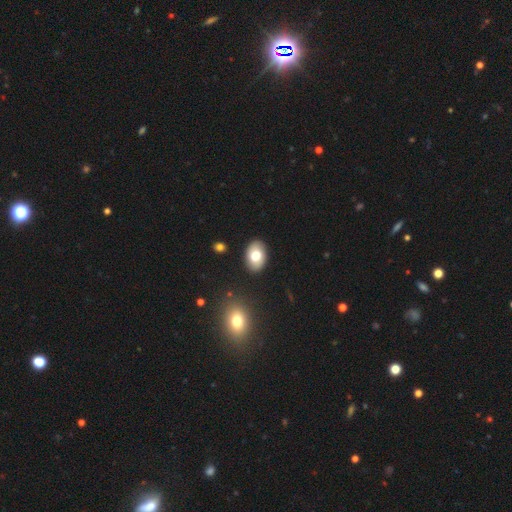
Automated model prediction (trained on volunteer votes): Q: Smooth or featured?
A: smooth (75%); runner-up: featured or disk (17%)
Q: How rounded?
A: in between (85%); runner-up: round (14%)
Q: Merging?
A: none (88%); runner-up: minor disturbance (8%)